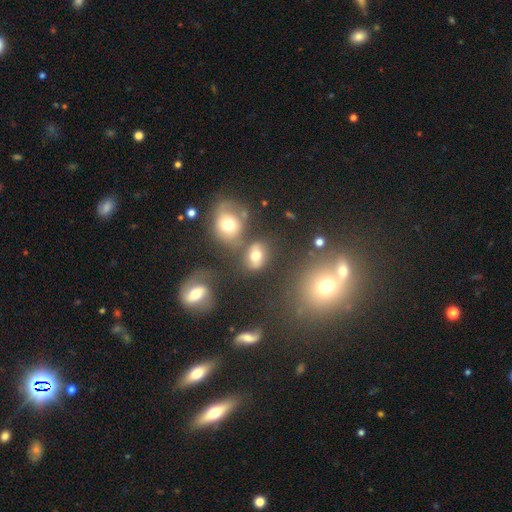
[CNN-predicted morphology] smooth 66%, featured or disk 19%, star or artifact 14%. Down the decision tree: how rounded — in between (55%); merging — none (61%).